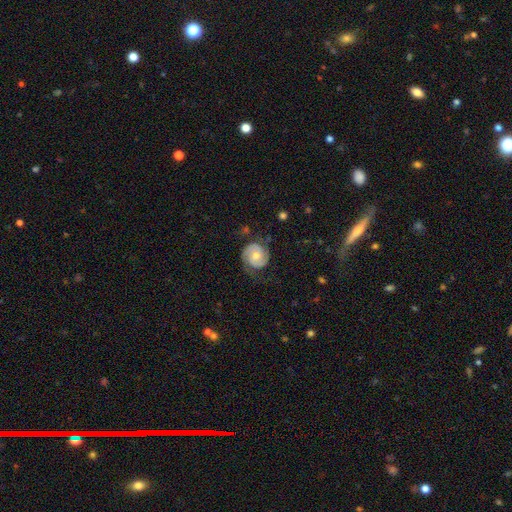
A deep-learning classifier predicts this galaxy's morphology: This appears to be a featured or disk galaxy (76%) with no bar (67%), 2 (83%) tight (50%) spiral arms (95%) and a moderate central bulge (57%). Merging: none (68%).